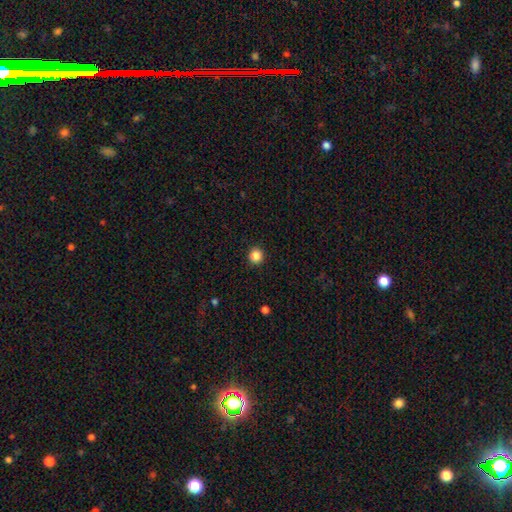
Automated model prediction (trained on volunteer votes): This appears to be a smooth galaxy with no disk features (86%) that is round (94%). Merging: none (92%).